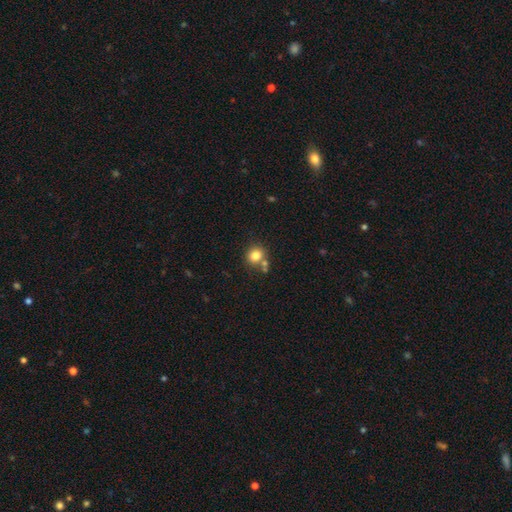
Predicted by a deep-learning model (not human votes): Smooth or featured?
  - smooth: 82% *
  - star or artifact: 11%
  - featured or disk: 7%
How rounded?
  - round: 82% *
  - in between: 17%
  - cigar-shaped: 1%
Merging?
  - none: 65% *
  - merger: 21%
  - minor disturbance: 11%
  - major disturbance: 4%